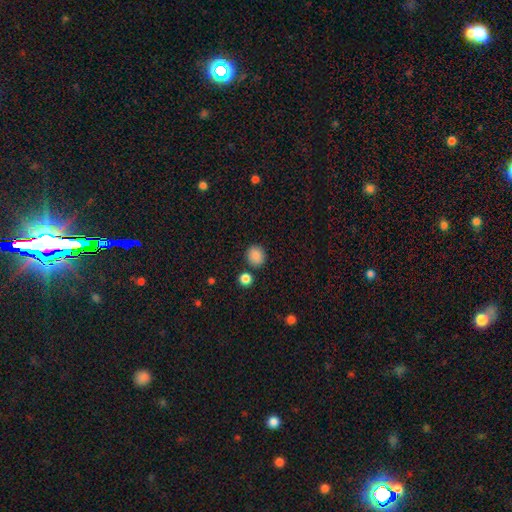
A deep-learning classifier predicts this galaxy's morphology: Smooth or featured?
  - smooth: 87% *
  - star or artifact: 9%
  - featured or disk: 3%
How rounded?
  - round: 79% *
  - in between: 20%
  - cigar-shaped: 1%
Merging?
  - none: 84% *
  - minor disturbance: 8%
  - merger: 5%
  - major disturbance: 3%